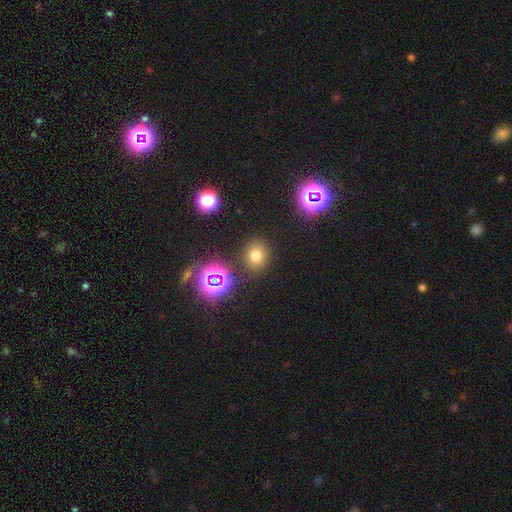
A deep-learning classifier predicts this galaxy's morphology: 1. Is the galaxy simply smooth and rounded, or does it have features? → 67% smooth, 25% star or artifact, 8% featured or disk.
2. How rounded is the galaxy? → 70% round, 29% in between, 1% cigar-shaped.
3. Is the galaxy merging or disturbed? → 85% none, 8% minor disturbance, 4% merger, 3% major disturbance.